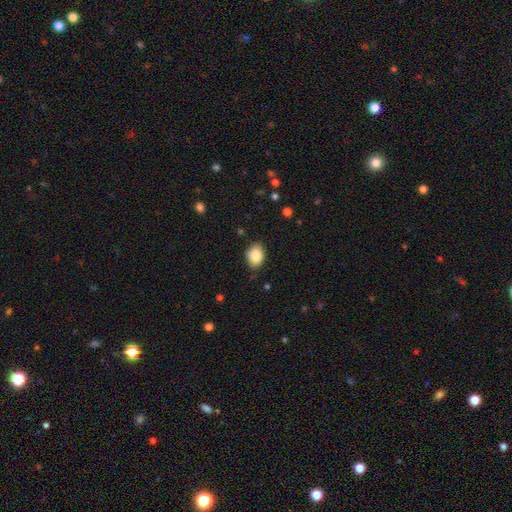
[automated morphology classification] type=smooth (85%); roundness=in between (75%); merging=none (83%).